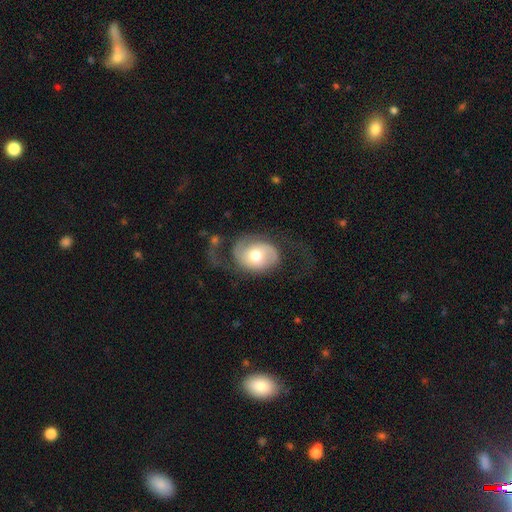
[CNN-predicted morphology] A featured or disk galaxy (63%) with no bar (71%), 2 (71%) loose (41%) spiral arms (84%) and a moderate central bulge (70%). Merging: none (42%).